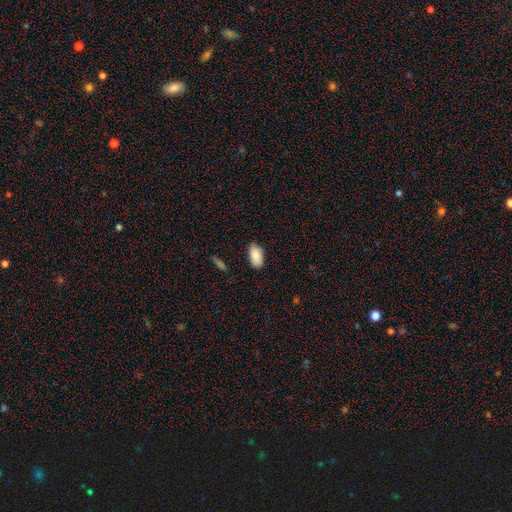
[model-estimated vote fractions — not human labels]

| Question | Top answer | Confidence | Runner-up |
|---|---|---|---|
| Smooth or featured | smooth | 88% | star or artifact (6%) |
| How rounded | in between | 94% | cigar-shaped (4%) |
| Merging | none | 83% | minor disturbance (13%) |